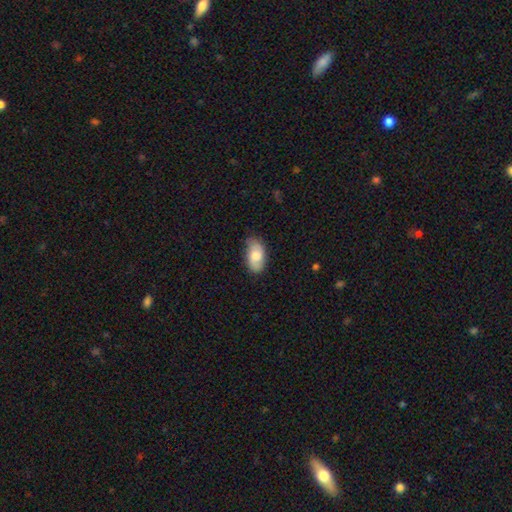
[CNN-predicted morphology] Overall: smooth (64%; featured or disk 30%). How rounded: in between (93%). Merging: none (73%).